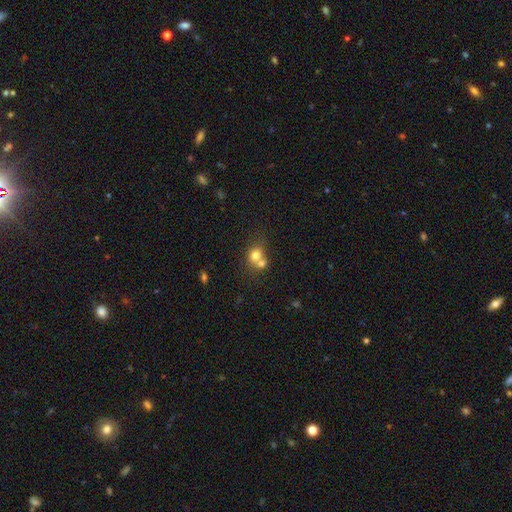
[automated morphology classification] Smooth or featured?
  - smooth: 74% *
  - featured or disk: 14%
  - star or artifact: 12%
How rounded?
  - round: 69% *
  - in between: 30%
  - cigar-shaped: 1%
Merging?
  - merger: 54% *
  - none: 35%
  - minor disturbance: 8%
  - major disturbance: 3%